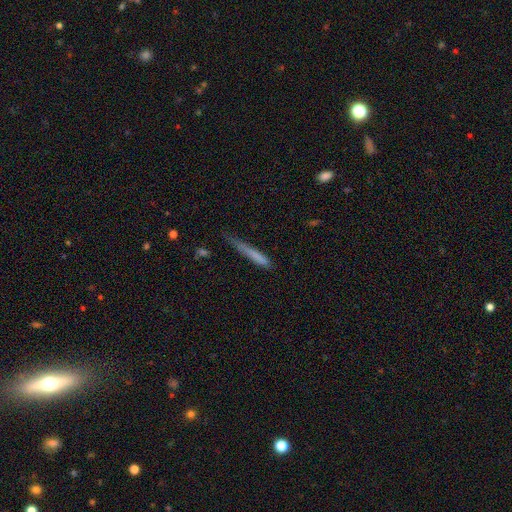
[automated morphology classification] Q: Smooth or featured?
A: smooth (73%); runner-up: featured or disk (20%)
Q: How rounded?
A: cigar-shaped (95%); runner-up: in between (4%)
Q: Merging?
A: none (58%); runner-up: minor disturbance (29%)